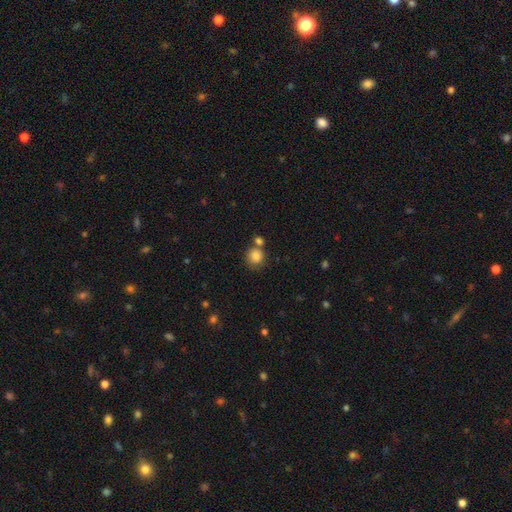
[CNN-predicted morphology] smooth-or-featured: smooth: 85% | star or artifact: 10% | featured or disk: 6%
  how-rounded: round: 88% | in between: 11% | cigar-shaped: 1%
  merging: none: 64% | merger: 22% | minor disturbance: 10% | major disturbance: 4%